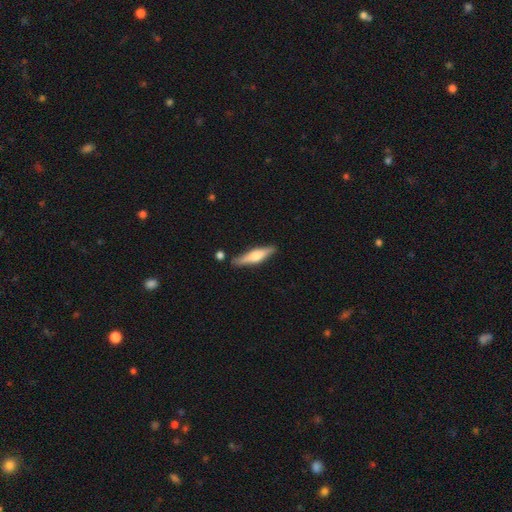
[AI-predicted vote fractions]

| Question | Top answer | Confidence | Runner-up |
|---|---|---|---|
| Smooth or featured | featured or disk | 53% | smooth (41%) |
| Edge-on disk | yes | 95% | no (5%) |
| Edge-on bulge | rounded | 84% | boxy (12%) |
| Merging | none | 83% | minor disturbance (11%) |